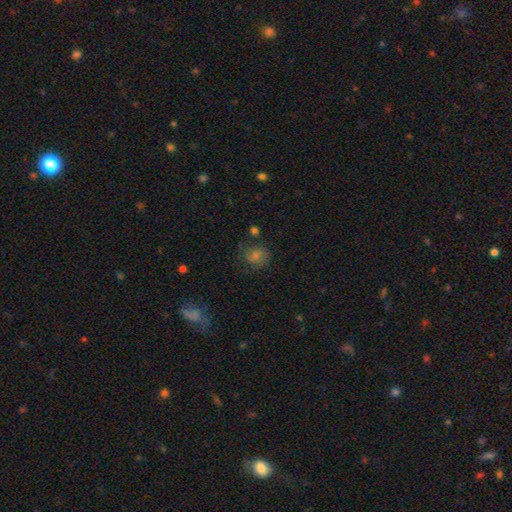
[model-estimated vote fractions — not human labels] This is possibly a smooth galaxy (60%). How rounded: likely round (73%). Merging: likely none (70%).